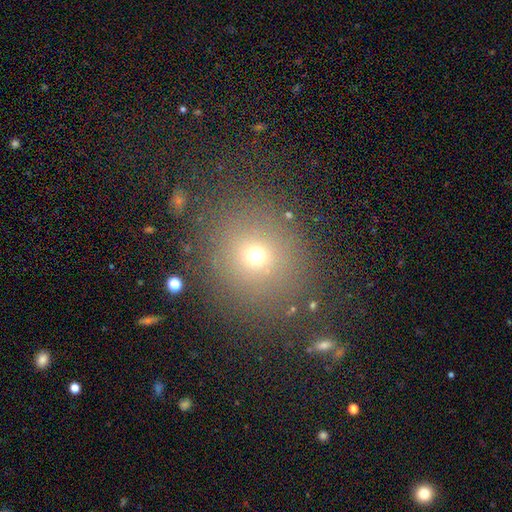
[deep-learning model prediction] smooth-or-featured: smooth: 66% | star or artifact: 23% | featured or disk: 11%
  how-rounded: round: 84% | in between: 15% | cigar-shaped: 1%
  merging: none: 82% | minor disturbance: 9% | major disturbance: 5% | merger: 3%